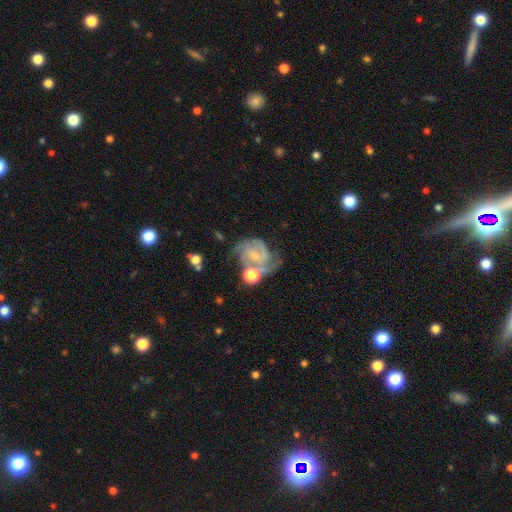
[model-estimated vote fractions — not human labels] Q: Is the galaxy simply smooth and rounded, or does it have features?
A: featured or disk — 81%.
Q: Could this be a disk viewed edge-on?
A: no — 98%.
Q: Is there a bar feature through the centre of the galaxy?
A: no — 45%.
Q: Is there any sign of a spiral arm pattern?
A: yes — 95%.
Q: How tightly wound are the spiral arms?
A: medium — 45%.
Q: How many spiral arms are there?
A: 2 — 50%.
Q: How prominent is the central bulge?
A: small — 61%.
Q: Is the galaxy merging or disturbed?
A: none — 47%.